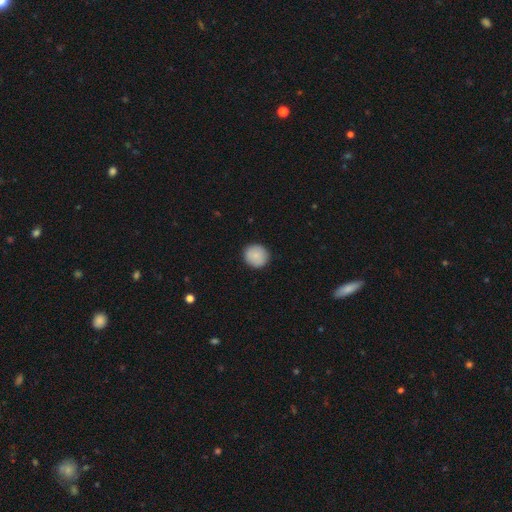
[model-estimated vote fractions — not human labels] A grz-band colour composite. It shows a smooth galaxy with no disk features (88%) that is round (92%). Merging: none (91%).